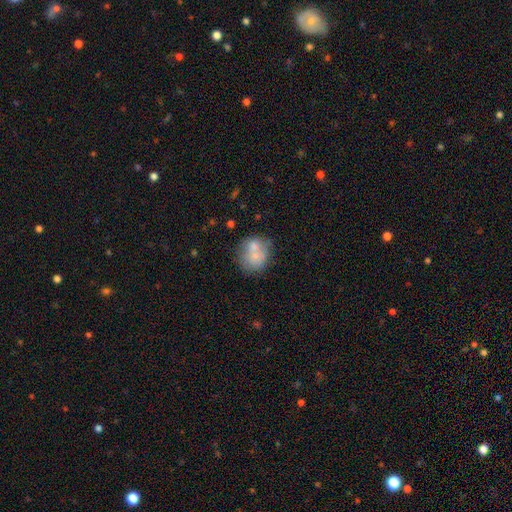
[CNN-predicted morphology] Overall: smooth (68%). How rounded: round (75%). Merging: none (41%; merger 40%).